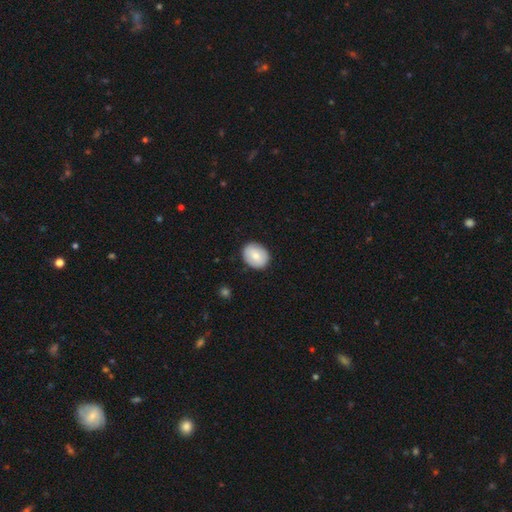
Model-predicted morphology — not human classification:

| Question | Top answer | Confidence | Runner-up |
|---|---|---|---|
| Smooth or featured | smooth | 77% | featured or disk (16%) |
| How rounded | in between | 53% | round (46%) |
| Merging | none | 87% | minor disturbance (10%) |